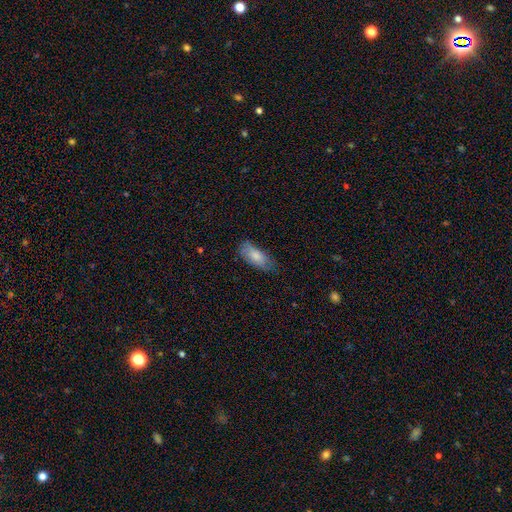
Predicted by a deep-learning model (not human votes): A smooth galaxy with no disk features (78%) that is in between round and cigar-shaped (86%). Merging: none (63%).